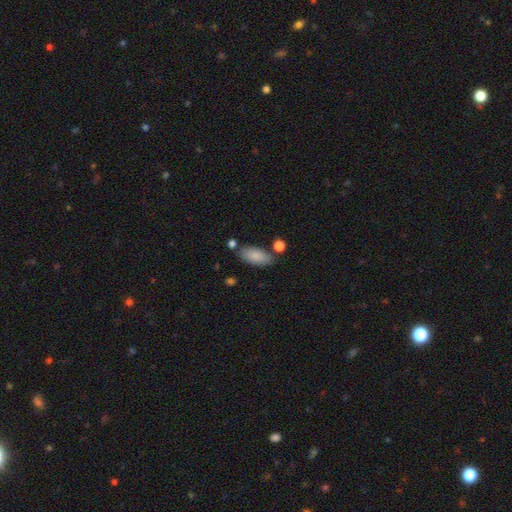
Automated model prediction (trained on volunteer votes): Overall: smooth (86%). How rounded: in between (88%). Merging: none (75%).